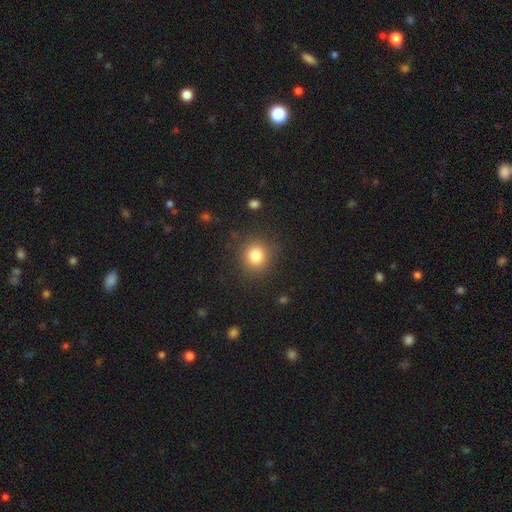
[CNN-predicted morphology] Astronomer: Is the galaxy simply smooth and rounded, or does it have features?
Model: smooth — 81%.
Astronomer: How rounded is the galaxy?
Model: round — 88%.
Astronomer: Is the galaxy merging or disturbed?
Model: none — 88%.